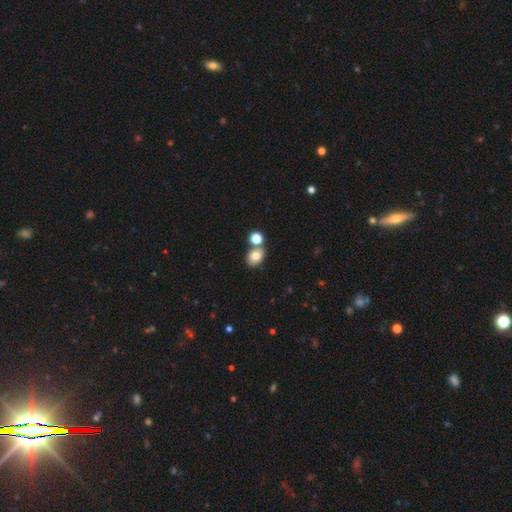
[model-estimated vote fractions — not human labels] Smooth or featured? smooth (79%)
How rounded? in between (65%)
Merging? none (61%)